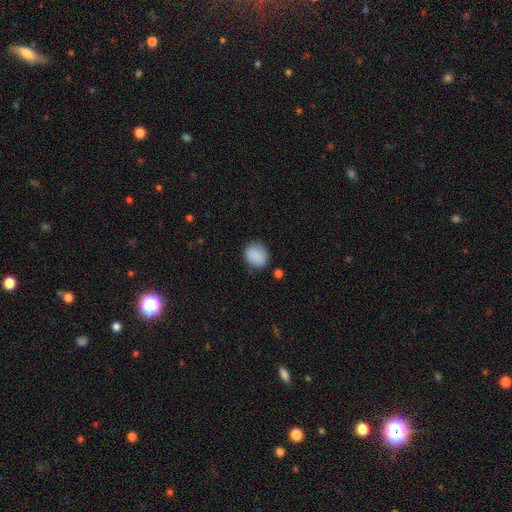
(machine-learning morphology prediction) Smooth or featured?
  - smooth: 87% *
  - star or artifact: 8%
  - featured or disk: 5%
How rounded?
  - round: 71% *
  - in between: 28%
  - cigar-shaped: 1%
Merging?
  - none: 78% *
  - minor disturbance: 16%
  - major disturbance: 4%
  - merger: 2%